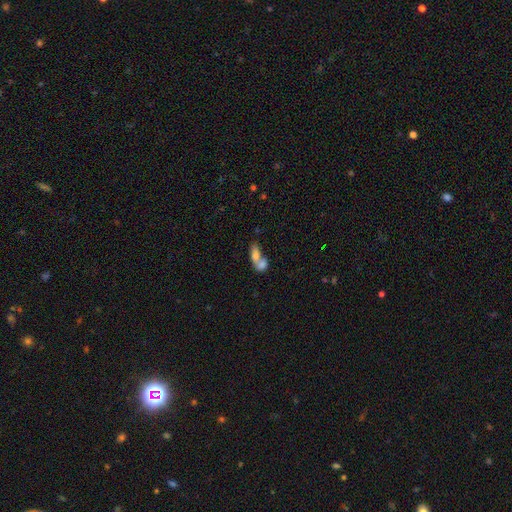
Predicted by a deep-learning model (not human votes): This appears to be a smooth galaxy with no disk features (74%) that is in between round and cigar-shaped (78%). Merging: merger (72%).